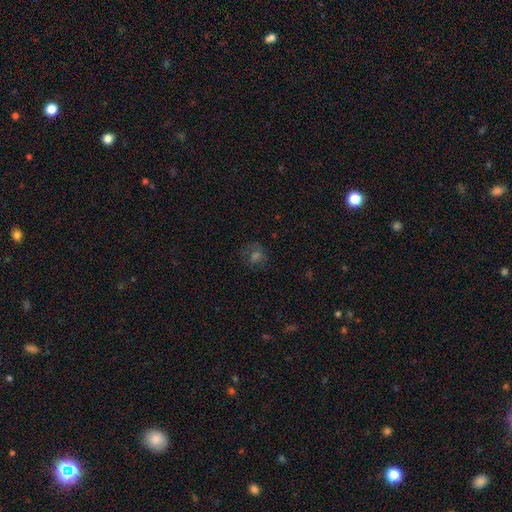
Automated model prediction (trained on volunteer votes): smooth 46%, star or artifact 31%, featured or disk 24%. Down the decision tree: merging — none (68%).